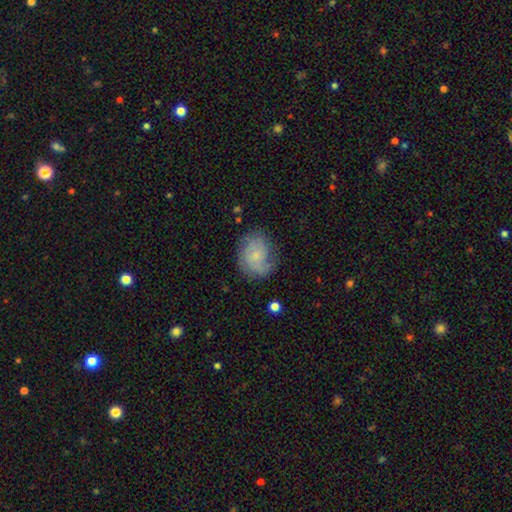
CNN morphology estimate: A featured or disk galaxy (59%) with no bar (76%), spiral arms (87%) and a small central bulge (73%). Merging: none (64%).